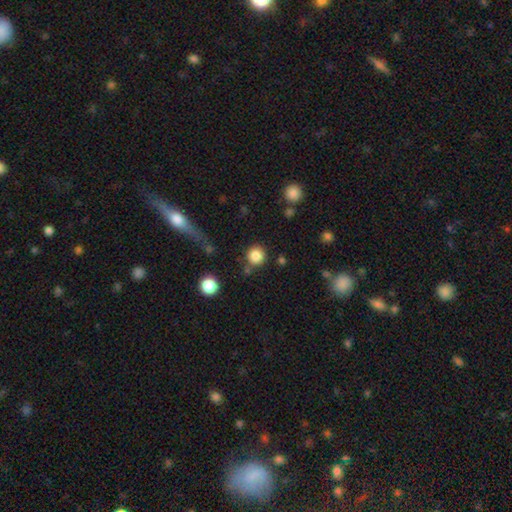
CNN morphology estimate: Smooth or featured? smooth (85%)
How rounded? round (94%)
Merging? none (80%)